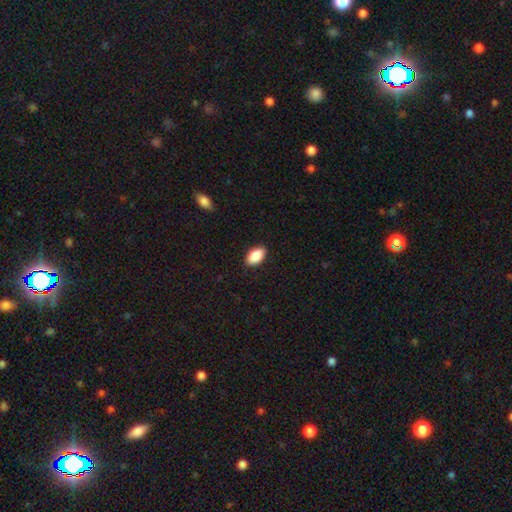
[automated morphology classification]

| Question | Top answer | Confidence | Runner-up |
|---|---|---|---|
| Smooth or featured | smooth | 88% | star or artifact (7%) |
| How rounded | in between | 94% | round (4%) |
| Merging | none | 88% | minor disturbance (9%) |